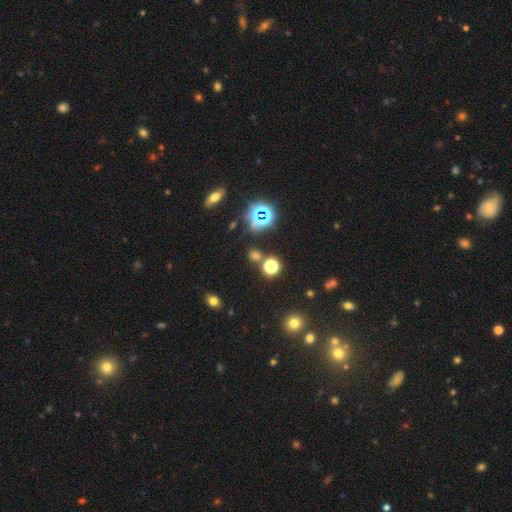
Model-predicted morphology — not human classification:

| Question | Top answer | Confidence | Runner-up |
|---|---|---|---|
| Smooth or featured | star or artifact | 46% | tied: smooth (46%) |